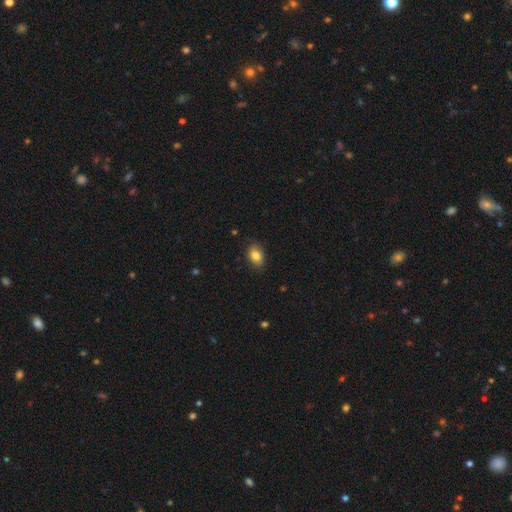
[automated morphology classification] Smooth or featured? Predicted: smooth (p=0.83). How rounded? Predicted: in between (p=0.83). Merging? Predicted: none (p=0.84).